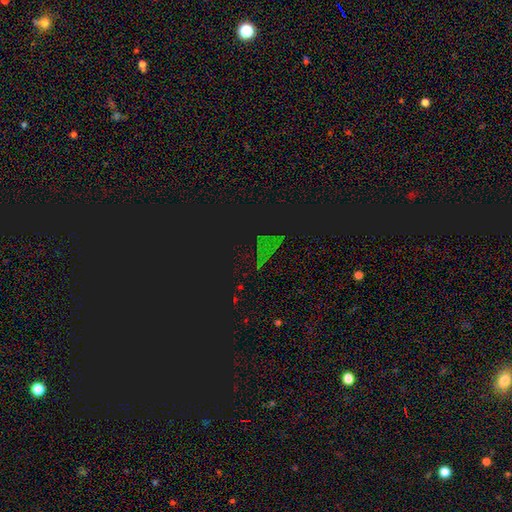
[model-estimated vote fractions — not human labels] A star or artifact, not a galaxy (76%).